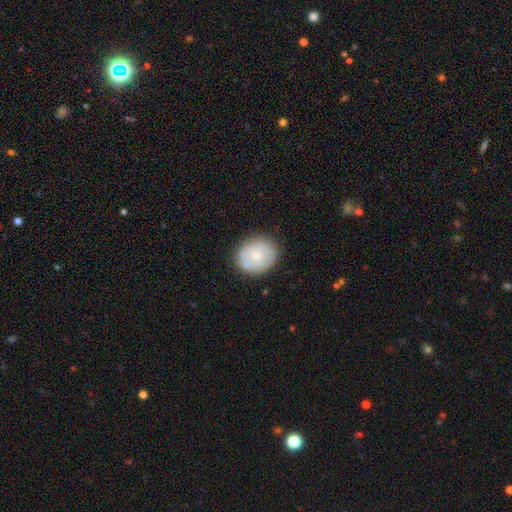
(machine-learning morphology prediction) This is likely a smooth galaxy (62%). How rounded: likely round (73%). Merging: likely none (74%).